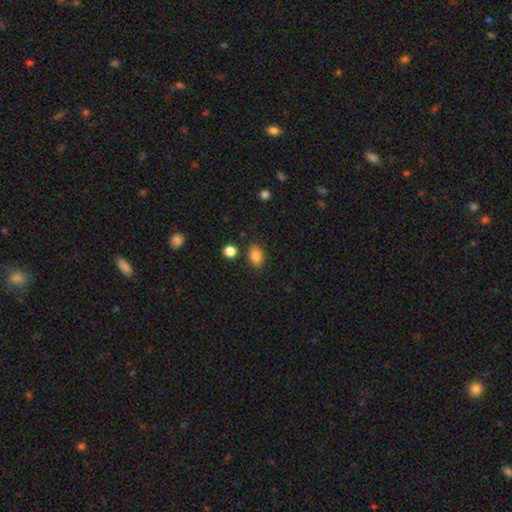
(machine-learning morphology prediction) This appears to be a smooth galaxy with no disk features (84%) that is in between round and cigar-shaped (80%). Merging: none (81%).